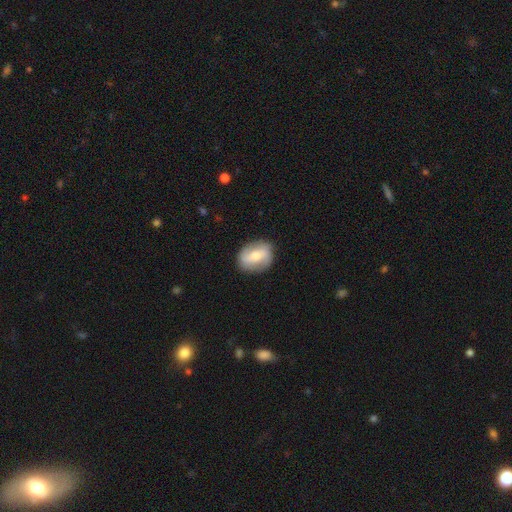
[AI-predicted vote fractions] Smooth or featured? Predicted: featured or disk (p=0.53). Edge-on disk? Predicted: no (p=0.93). Merging? Predicted: none (p=0.85).